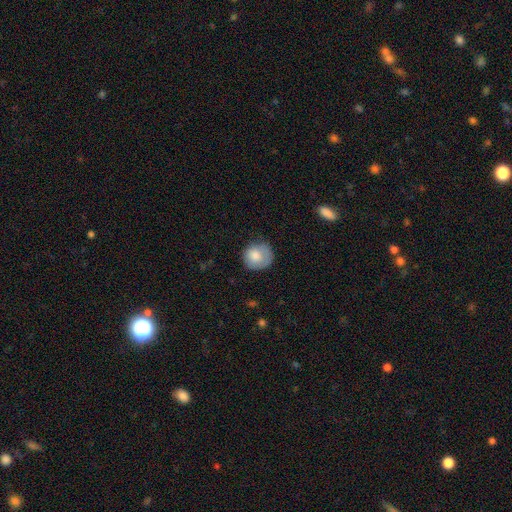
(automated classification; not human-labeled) Morphology: type=smooth (78%); roundness=round (85%); merging=none (64%).